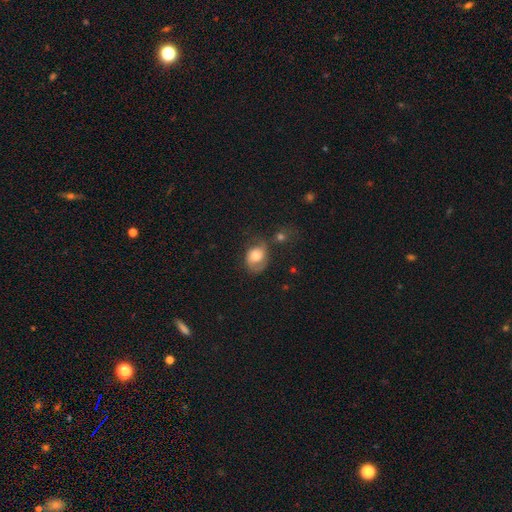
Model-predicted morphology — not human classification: smooth_or_featured: smooth (p=0.53) [alt: featured or disk p=0.39]
how_rounded: in between (p=0.58) [alt: round p=0.40]
merging: none (p=0.42) [alt: minor disturbance p=0.29]